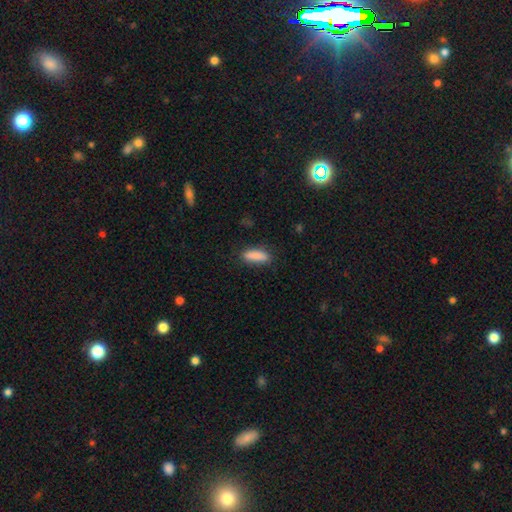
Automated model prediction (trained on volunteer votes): Overall: smooth (87%). How rounded: in between (56%; cigar-shaped 42%). Merging: none (81%).